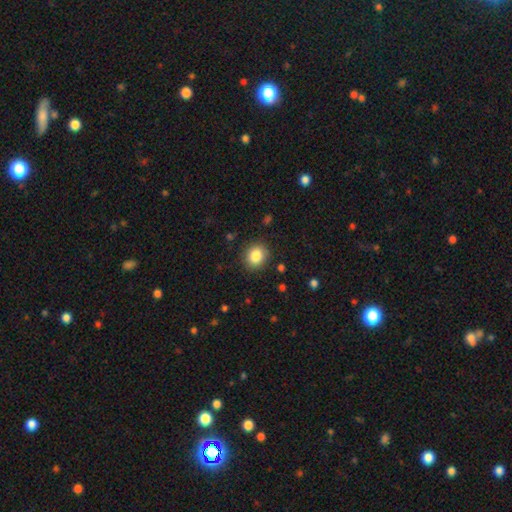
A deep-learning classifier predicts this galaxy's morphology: Smooth or featured? smooth (85%)
How rounded? round (70%)
Merging? none (88%)